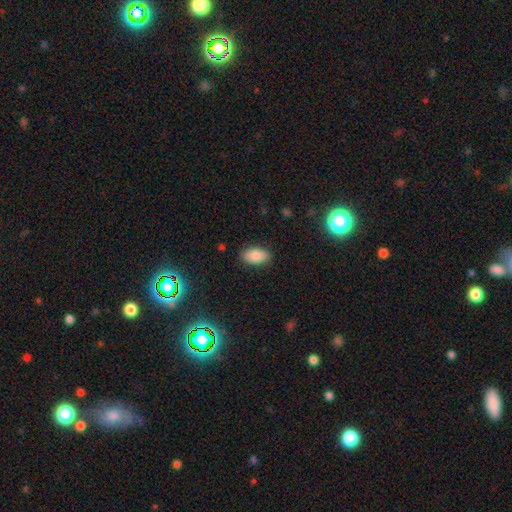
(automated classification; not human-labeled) smooth_or_featured: smooth (p=0.84) [alt: star or artifact p=0.08]
how_rounded: in between (p=0.93) [alt: round p=0.05]
merging: none (p=0.87) [alt: minor disturbance p=0.10]